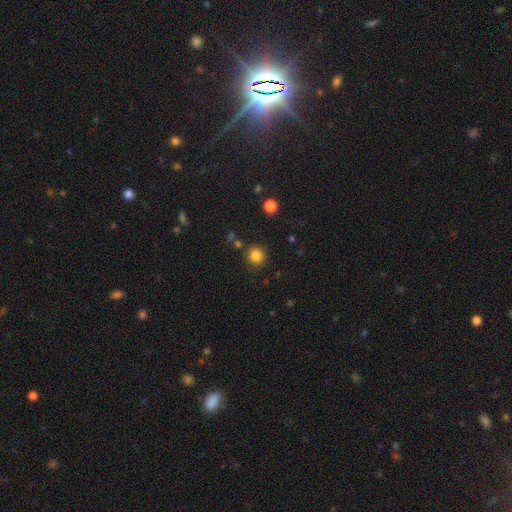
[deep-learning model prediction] A smooth galaxy with no disk features (83%) that is round (91%).

Vote fractions:
- Smooth or featured? smooth: 83% / star or artifact: 13% / featured or disk: 4%
- How rounded? round: 91% / in between: 8% / cigar-shaped: 1%
- Merging? none: 86% / minor disturbance: 8% / merger: 4% / major disturbance: 3%